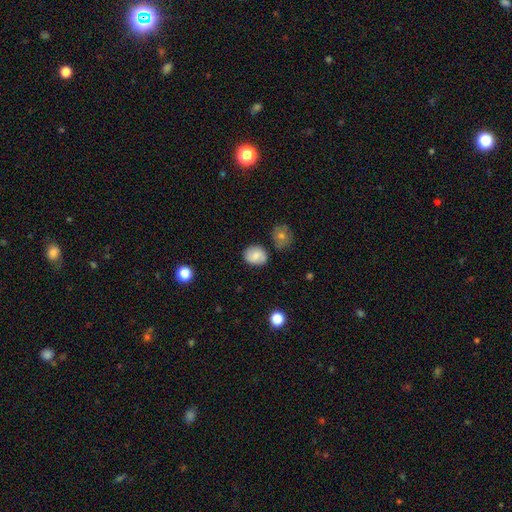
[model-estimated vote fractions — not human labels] smooth-or-featured: smooth: 72% | featured or disk: 20% | star or artifact: 9%
  how-rounded: round: 55% | in between: 44% | cigar-shaped: 1%
  merging: none: 75% | minor disturbance: 17% | merger: 5% | major disturbance: 4%